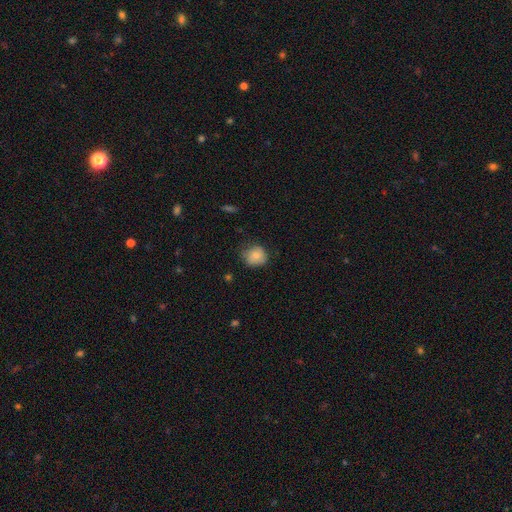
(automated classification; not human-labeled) Smooth or featured: smooth — 81% (featured or disk — 11%)
How rounded: round — 77% (in between — 23%)
Merging: none — 67% (minor disturbance — 26%)